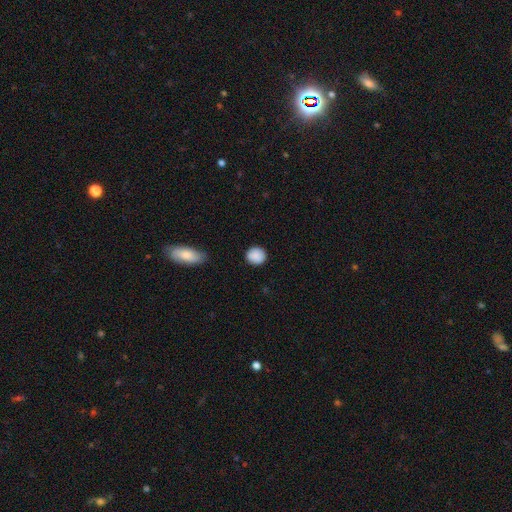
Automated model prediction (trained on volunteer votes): This appears to be a smooth galaxy with no disk features (87%) that is round (87%). Merging: none (84%).